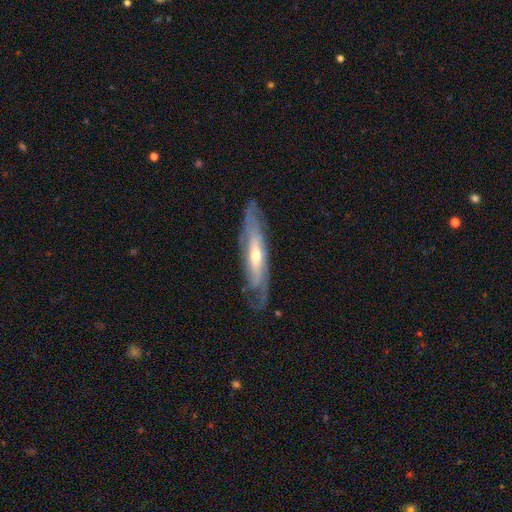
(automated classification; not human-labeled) Q: Smooth or featured?
A: featured or disk (80%); runner-up: smooth (15%)
Q: Edge-on disk?
A: no (61%); runner-up: yes (39%)
Q: Merging?
A: none (74%); runner-up: minor disturbance (18%)